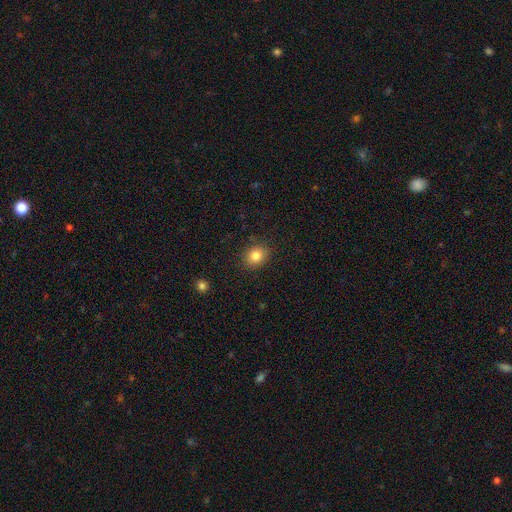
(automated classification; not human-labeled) This is clearly a smooth galaxy (83%). How rounded: likely round (60%). Merging: clearly none (87%).